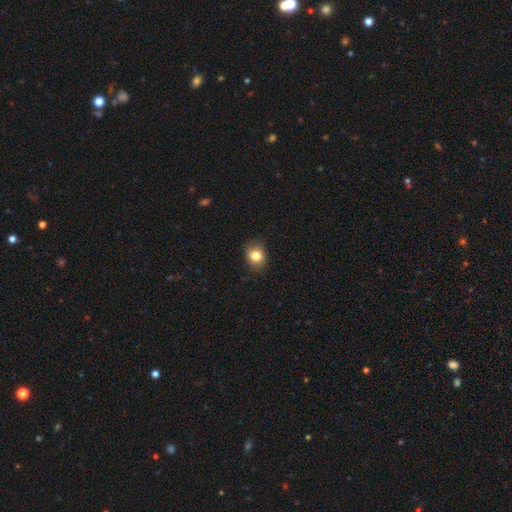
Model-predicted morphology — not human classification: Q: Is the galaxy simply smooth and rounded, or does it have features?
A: smooth — 82%.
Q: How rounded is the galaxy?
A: round — 58%.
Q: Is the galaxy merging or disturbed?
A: none — 84%.